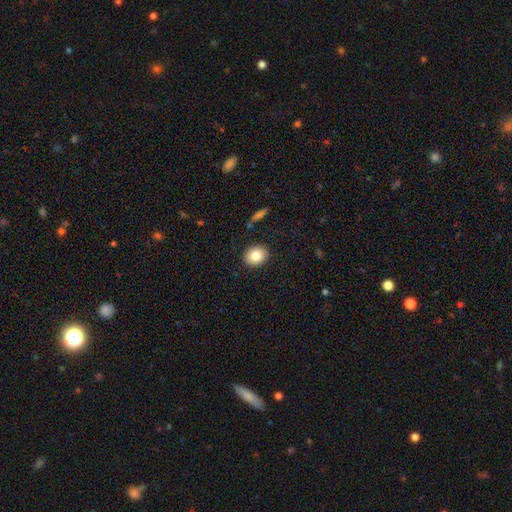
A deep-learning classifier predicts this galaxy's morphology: Smooth or featured? Predicted: smooth (p=0.82). How rounded? Predicted: round (p=0.61). Merging? Predicted: none (p=0.90).